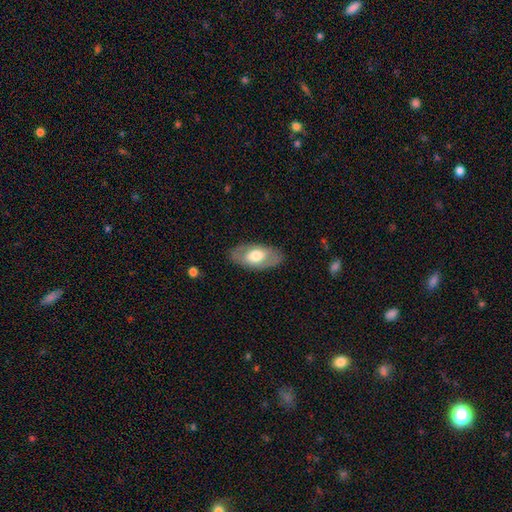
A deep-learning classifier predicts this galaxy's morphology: smooth_or_featured: smooth (p=0.56) [alt: featured or disk p=0.38]
how_rounded: in between (p=0.92) [alt: round p=0.04]
merging: none (p=0.83) [alt: minor disturbance p=0.12]